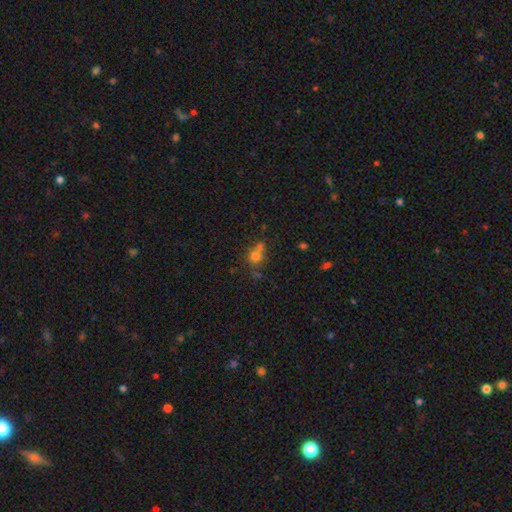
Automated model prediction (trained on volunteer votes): Smooth or featured? Predicted: smooth (p=0.72). How rounded? Predicted: round (p=0.84). Merging? Predicted: none (p=0.46).